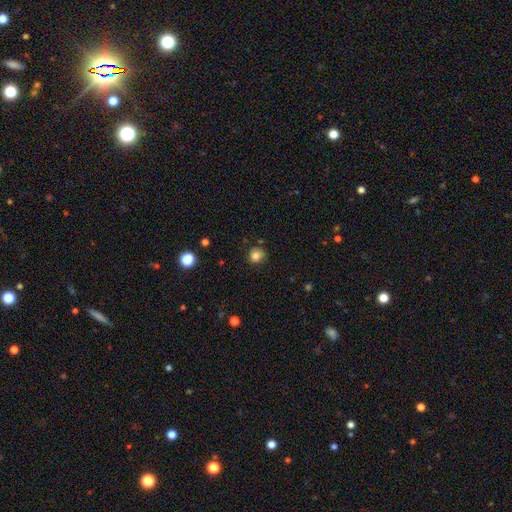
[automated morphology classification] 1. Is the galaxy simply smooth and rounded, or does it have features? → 83% smooth, 12% star or artifact, 5% featured or disk.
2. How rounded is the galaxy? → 81% round, 18% in between, 1% cigar-shaped.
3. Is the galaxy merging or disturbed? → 82% none, 13% minor disturbance, 3% major disturbance, 2% merger.